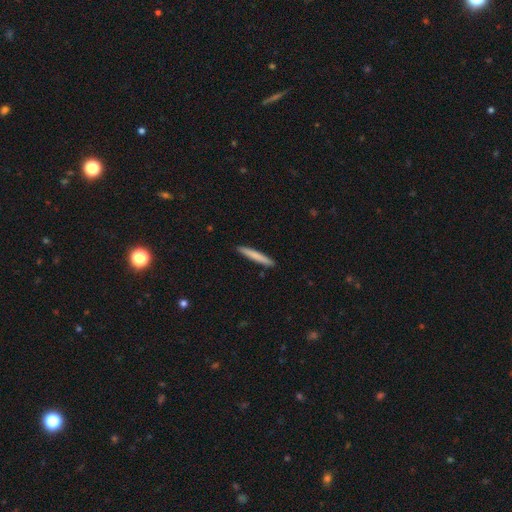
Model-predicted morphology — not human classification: The model was most divided on "smooth or featured": smooth: 76%, featured or disk: 18%, star or artifact: 5%. More confident: how rounded — cigar-shaped (96%); merging — none (92%).